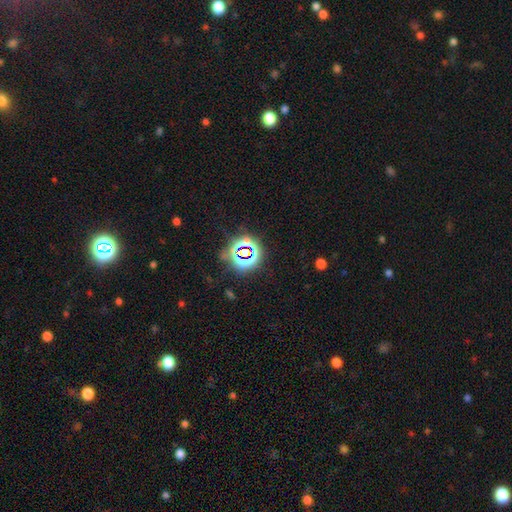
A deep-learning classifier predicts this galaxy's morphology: This is likely a star or artifact rather than a galaxy (78%).